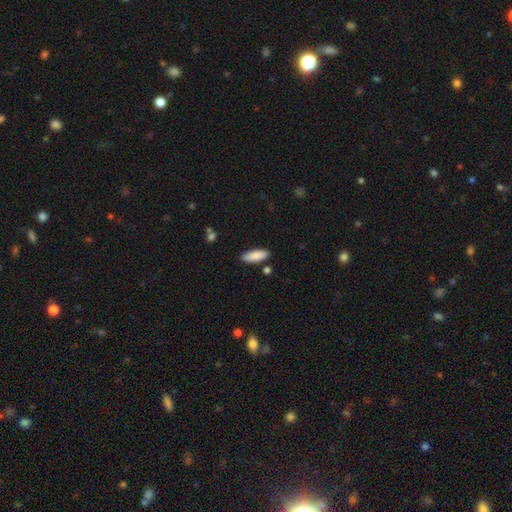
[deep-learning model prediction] A smooth galaxy with no disk features (88%) that is in between round and cigar-shaped (67%). Merging: none (86%).